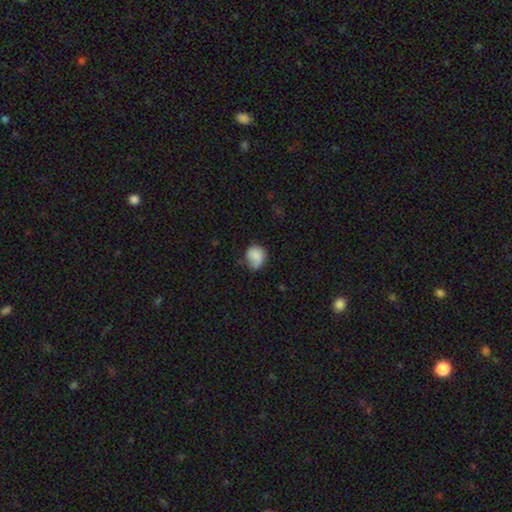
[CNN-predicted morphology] This is likely a smooth galaxy (77%). How rounded: likely round (66%). Merging: possibly none (52%).